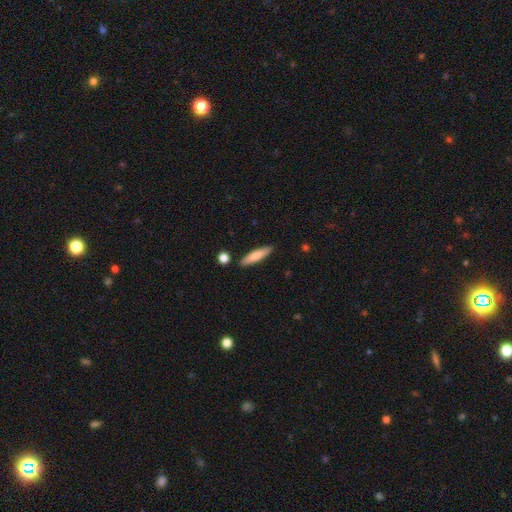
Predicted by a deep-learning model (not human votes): A smooth galaxy with no disk features (76%) that is cigar-shaped (81%). Merging: none (87%).